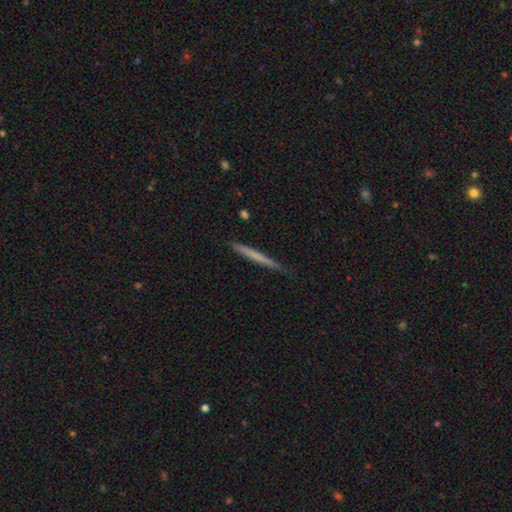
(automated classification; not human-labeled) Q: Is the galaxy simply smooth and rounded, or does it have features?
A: smooth — 58%.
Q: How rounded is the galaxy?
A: cigar-shaped — 97%.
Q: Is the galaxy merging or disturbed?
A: none — 88%.